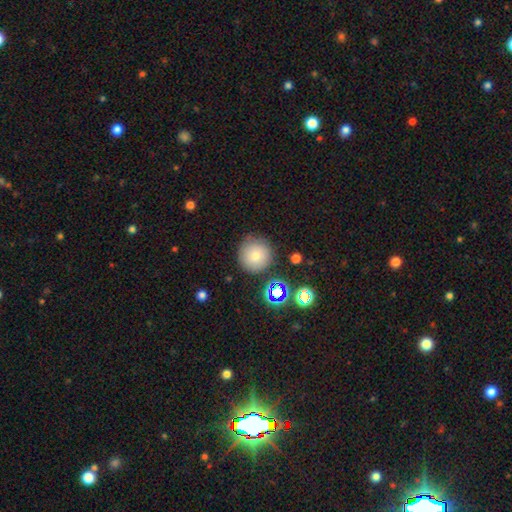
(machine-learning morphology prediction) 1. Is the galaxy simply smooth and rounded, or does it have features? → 76% smooth, 14% star or artifact, 11% featured or disk.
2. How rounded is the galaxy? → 95% round, 4% in between, 1% cigar-shaped.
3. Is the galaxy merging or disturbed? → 82% none, 11% minor disturbance, 4% merger, 3% major disturbance.